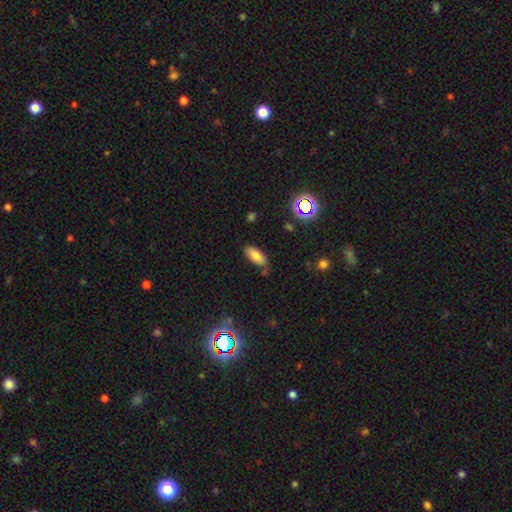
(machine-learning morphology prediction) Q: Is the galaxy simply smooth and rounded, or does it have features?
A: smooth — 77%.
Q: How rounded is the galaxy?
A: in between — 85%.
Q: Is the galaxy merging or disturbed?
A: none — 73%.